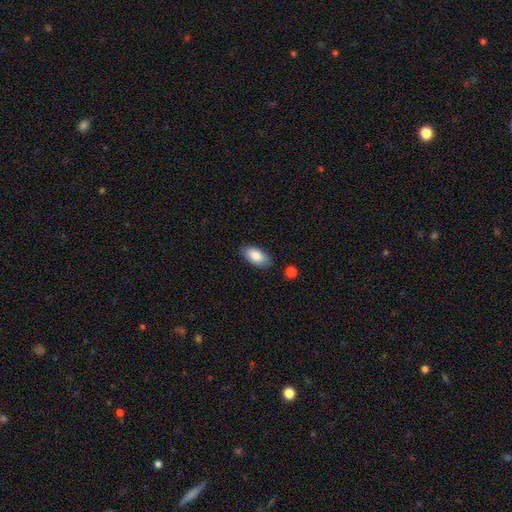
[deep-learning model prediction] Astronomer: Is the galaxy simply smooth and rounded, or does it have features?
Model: smooth — 84%.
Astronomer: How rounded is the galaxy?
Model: in between — 93%.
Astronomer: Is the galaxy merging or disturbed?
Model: none — 85%.